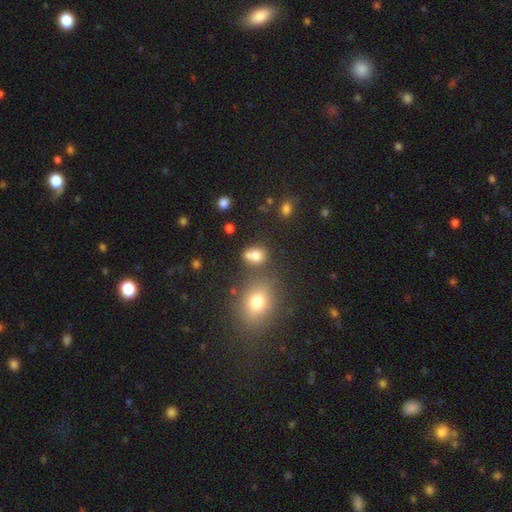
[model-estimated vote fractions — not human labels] Smooth or featured: smooth — 76% (star or artifact — 14%)
How rounded: round — 51% (in between — 47%)
Merging: none — 47% (merger — 32%)